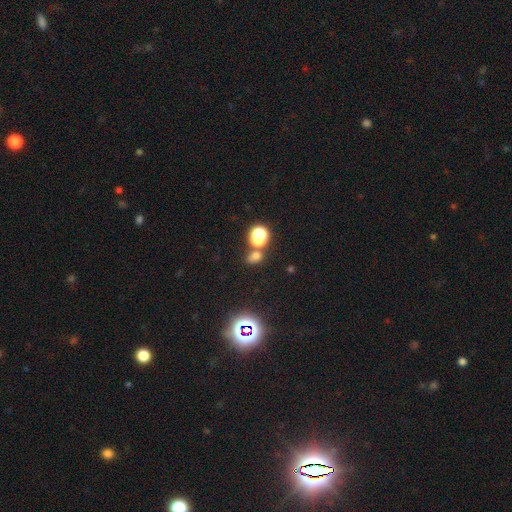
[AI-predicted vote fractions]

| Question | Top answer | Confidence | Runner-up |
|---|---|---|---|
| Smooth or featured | smooth | 62% | star or artifact (26%) |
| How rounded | in between | 51% | round (47%) |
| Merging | merger | 43% | none (42%) |